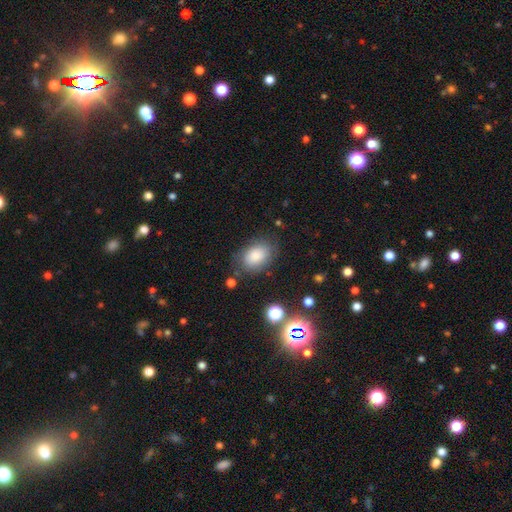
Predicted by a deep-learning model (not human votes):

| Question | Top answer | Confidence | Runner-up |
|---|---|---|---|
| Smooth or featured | smooth | 82% | featured or disk (9%) |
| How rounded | in between | 83% | round (15%) |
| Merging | none | 75% | minor disturbance (17%) |